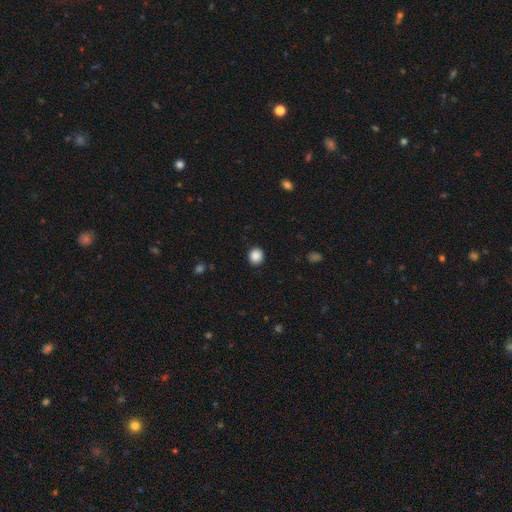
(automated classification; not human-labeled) A smooth galaxy with no disk features (88%) that is round (88%).

Vote fractions:
- Smooth or featured? smooth: 88% / star or artifact: 9% / featured or disk: 3%
- How rounded? round: 88% / in between: 11% / cigar-shaped: 1%
- Merging? none: 91% / minor disturbance: 6% / major disturbance: 2% / merger: 1%